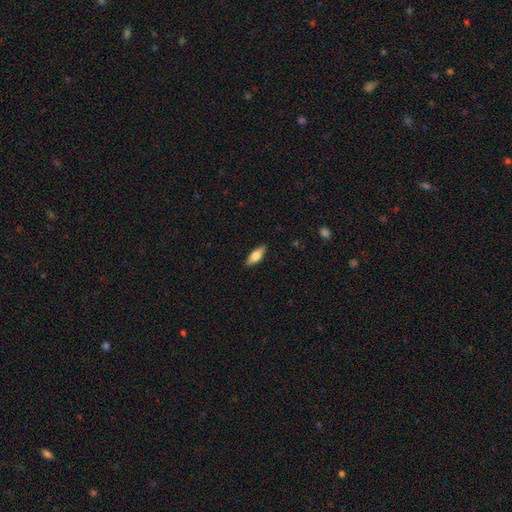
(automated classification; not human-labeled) This appears to be a smooth galaxy with no disk features (69%) that is in between round and cigar-shaped (70%). Merging: none (87%).